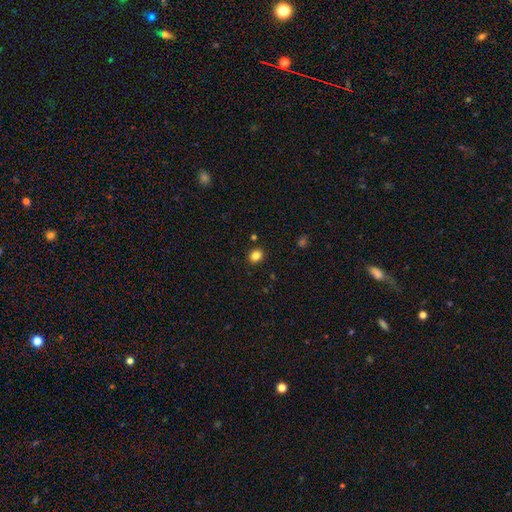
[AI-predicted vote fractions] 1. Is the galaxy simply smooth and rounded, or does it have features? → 84% smooth, 11% star or artifact, 5% featured or disk.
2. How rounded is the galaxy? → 56% round, 43% in between, 1% cigar-shaped.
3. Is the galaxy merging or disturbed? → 89% none, 7% minor disturbance, 2% major disturbance, 2% merger.